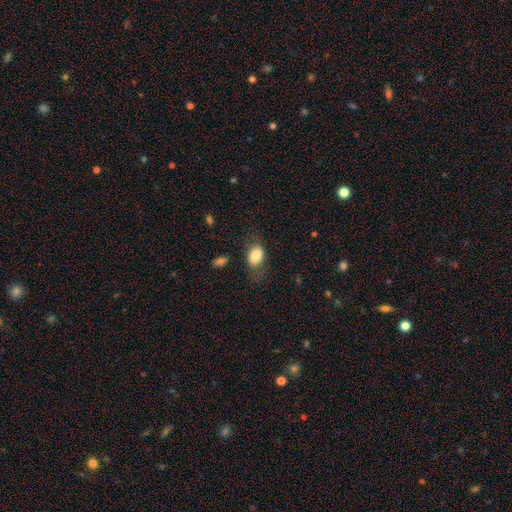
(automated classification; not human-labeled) A smooth galaxy with no disk features (81%) that is in between round and cigar-shaped (83%).

Vote fractions:
- Smooth or featured? smooth: 81% / featured or disk: 12% / star or artifact: 8%
- How rounded? in between: 83% / round: 16% / cigar-shaped: 2%
- Merging? none: 62% / minor disturbance: 23% / major disturbance: 13% / merger: 2%